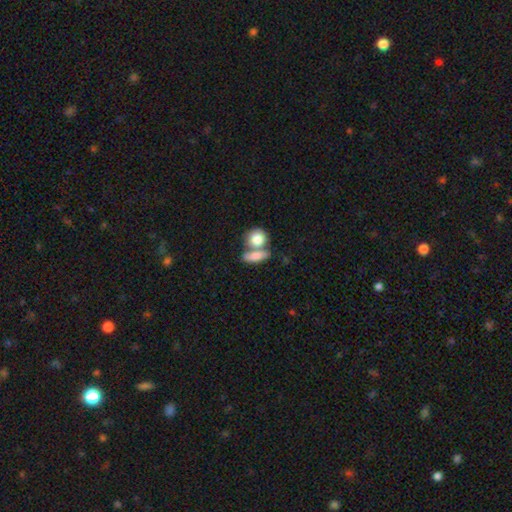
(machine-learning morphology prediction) Smooth or featured?
  - smooth: 77% *
  - featured or disk: 16%
  - star or artifact: 7%
How rounded?
  - in between: 58% *
  - round: 26%
  - cigar-shaped: 16%
Merging?
  - merger: 49% *
  - none: 37%
  - minor disturbance: 9%
  - major disturbance: 5%